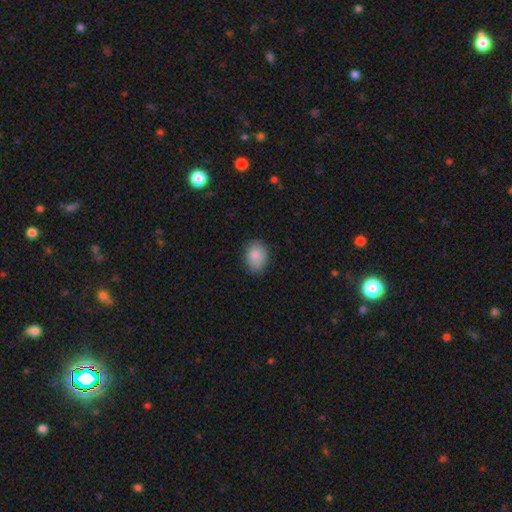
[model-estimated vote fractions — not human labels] The model was most divided on "how rounded": in between: 68%, round: 31%, cigar-shaped: 1%. More confident: smooth or featured — smooth (87%); merging — none (81%).